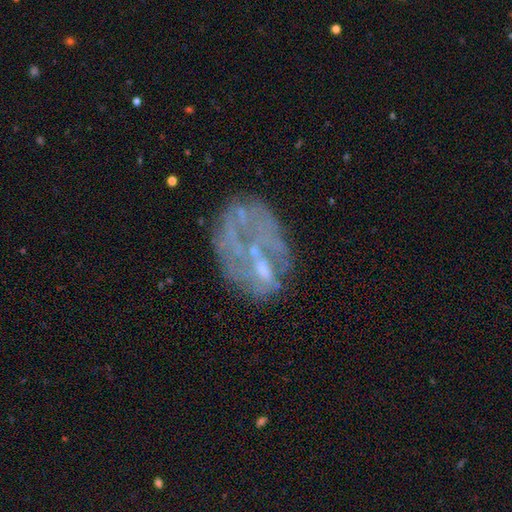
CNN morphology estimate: Q: Smooth or featured?
A: featured or disk (62%); runner-up: star or artifact (20%)
Q: Edge-on disk?
A: no (97%); runner-up: yes (3%)
Q: Bar?
A: no (70%); runner-up: weak (21%)
Q: Spiral arms?
A: no (71%); runner-up: yes (29%)
Q: Bulge size?
A: none (50%); runner-up: small (35%)
Q: Merging?
A: none (46%); runner-up: major disturbance (27%)